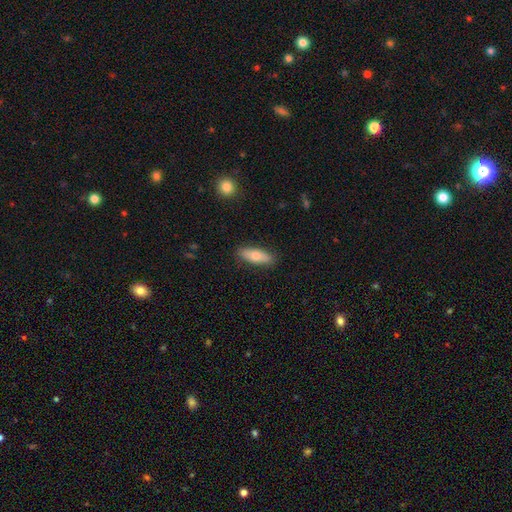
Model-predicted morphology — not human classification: smooth 70%, featured or disk 23%, star or artifact 6%. Down the decision tree: how rounded — in between (58%); merging — none (88%).